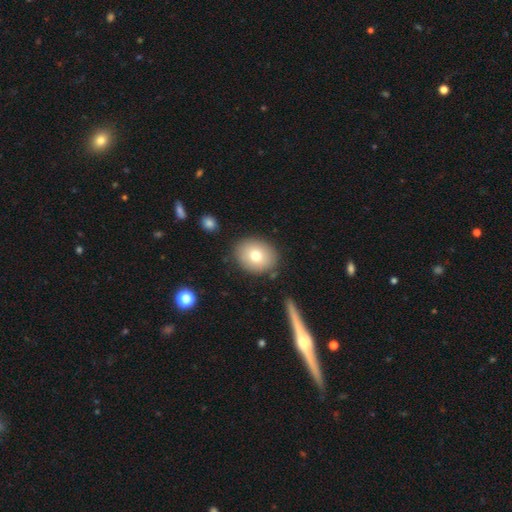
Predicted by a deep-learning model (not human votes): Overall: smooth (74%). How rounded: round (60%; in between 39%). Merging: none (84%).